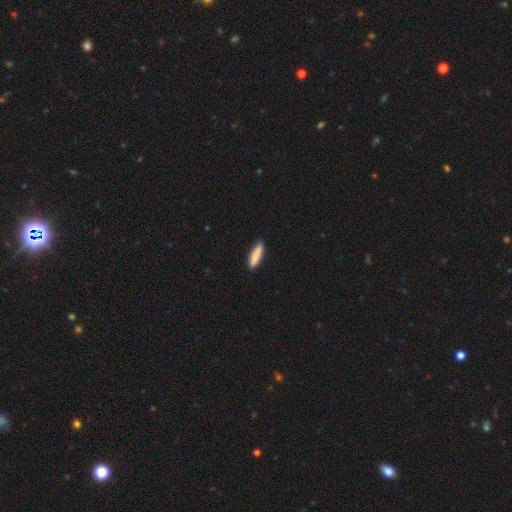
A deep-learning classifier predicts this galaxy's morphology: The model was most divided on "how rounded": cigar-shaped: 73%, in between: 25%, round: 1%. More confident: merging — none (88%); smooth or featured — smooth (87%).